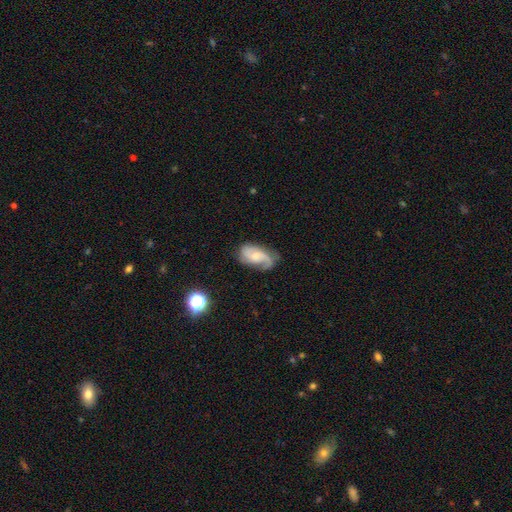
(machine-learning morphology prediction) This is likely a featured or disk galaxy (72%). It is clearly not viewed edge-on (96%). Bar: likely no (61%). Spiral arm pattern: clearly yes (93%). Spiral arm count: likely 2 (67%). Spiral winding: marginally medium (44%). Central bulge: possibly small (50%). Merging: possibly none (58%).